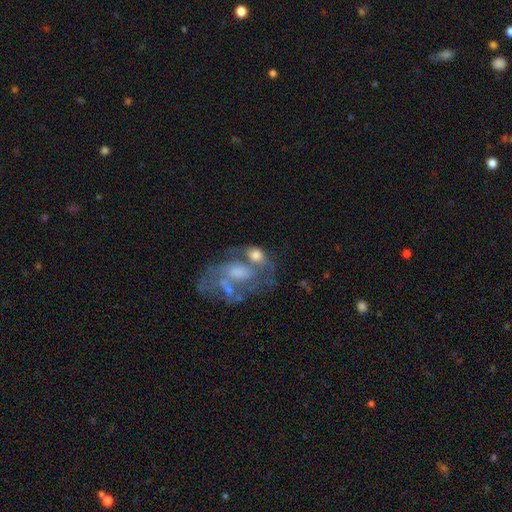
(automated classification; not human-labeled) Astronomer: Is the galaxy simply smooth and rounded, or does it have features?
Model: featured or disk — 50% (runner-up: smooth, 41%).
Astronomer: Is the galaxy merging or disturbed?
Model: merger — 45% (runner-up: none, 23%).